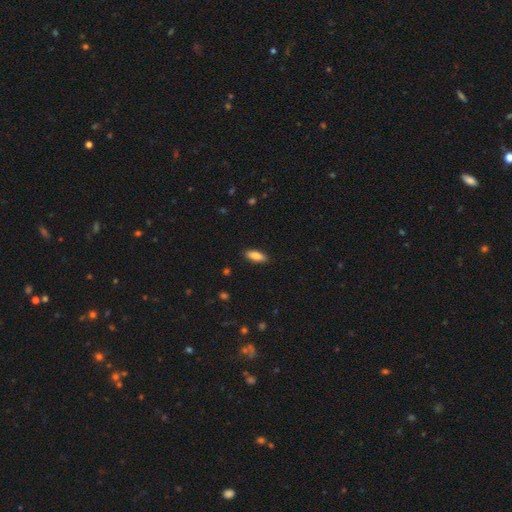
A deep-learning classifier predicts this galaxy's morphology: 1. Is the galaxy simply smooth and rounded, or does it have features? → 84% smooth, 10% featured or disk, 6% star or artifact.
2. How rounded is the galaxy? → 73% in between, 25% cigar-shaped, 2% round.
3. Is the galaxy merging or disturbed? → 88% none, 9% minor disturbance, 2% major disturbance, 1% merger.